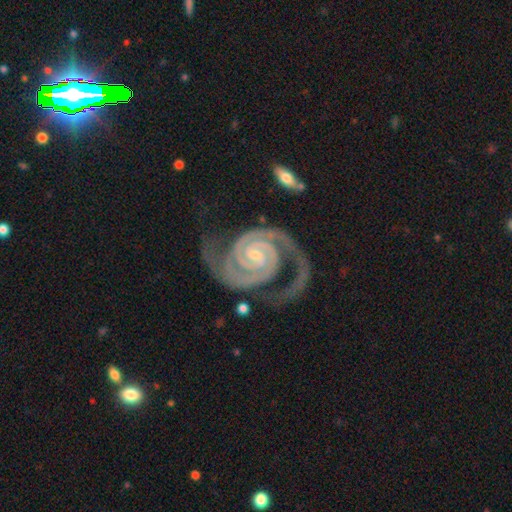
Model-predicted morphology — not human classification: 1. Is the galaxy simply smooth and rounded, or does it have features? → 95% featured or disk, 3% star or artifact, 2% smooth.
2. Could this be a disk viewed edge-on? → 98% no, 2% yes.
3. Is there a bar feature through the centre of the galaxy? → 45% no, 36% weak, 19% strong.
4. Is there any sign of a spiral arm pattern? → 99% yes, 1% no.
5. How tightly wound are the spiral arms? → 76% tight, 21% medium, 3% loose.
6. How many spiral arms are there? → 89% 2, 5% 3, 2% can't tell, 1% 4, 1% 1, 1% more than 4.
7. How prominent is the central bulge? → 70% small, 24% moderate, 4% none, 1% large, 1% dominant.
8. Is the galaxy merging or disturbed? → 67% none, 18% minor disturbance, 12% major disturbance, 3% merger.